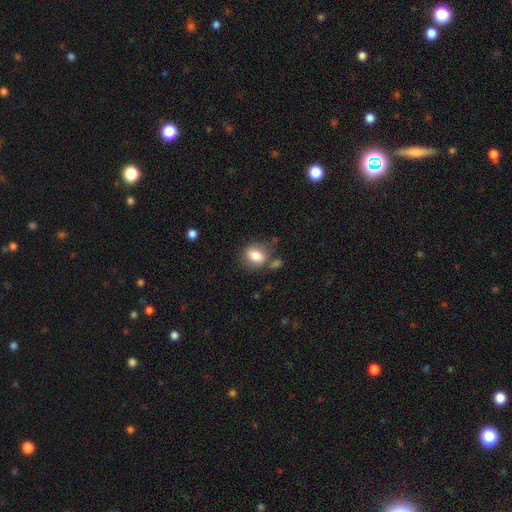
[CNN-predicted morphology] This appears to be a smooth galaxy with no disk features (81%) that is in between round and cigar-shaped (50%). Merging: none (64%).